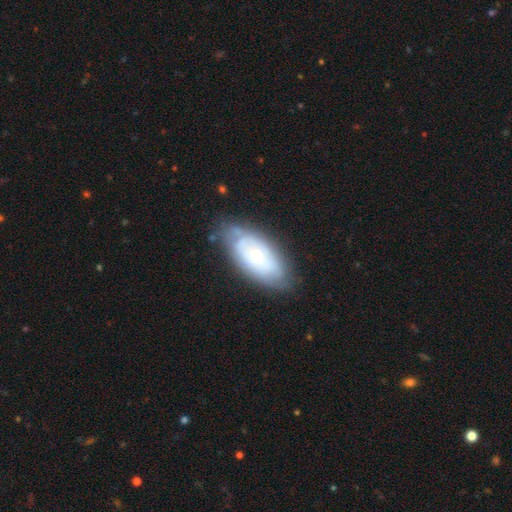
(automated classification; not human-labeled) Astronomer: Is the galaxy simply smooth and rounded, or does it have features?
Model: featured or disk — 57% (runner-up: smooth, 36%).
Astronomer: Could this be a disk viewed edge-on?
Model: no — 90%.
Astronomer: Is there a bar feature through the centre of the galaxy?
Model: no — 80%.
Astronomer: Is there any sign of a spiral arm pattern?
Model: yes — 71%.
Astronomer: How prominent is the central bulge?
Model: small — 58%.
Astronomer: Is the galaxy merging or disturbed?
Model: none — 68%.